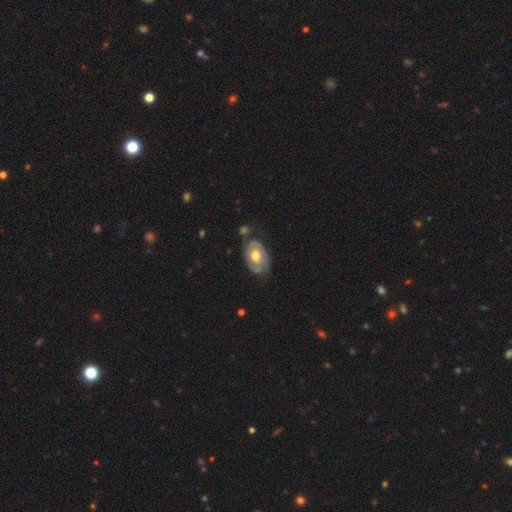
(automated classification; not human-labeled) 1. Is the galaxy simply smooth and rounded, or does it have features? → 69% featured or disk, 26% smooth, 5% star or artifact.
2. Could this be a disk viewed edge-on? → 95% no, 5% yes.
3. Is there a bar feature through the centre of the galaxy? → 69% no, 25% weak, 5% strong.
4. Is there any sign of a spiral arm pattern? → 70% yes, 30% no.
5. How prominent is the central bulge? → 68% moderate, 23% large, 7% small, 1% dominant, 1% none.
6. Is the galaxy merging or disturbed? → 62% none, 24% minor disturbance, 8% major disturbance, 6% merger.